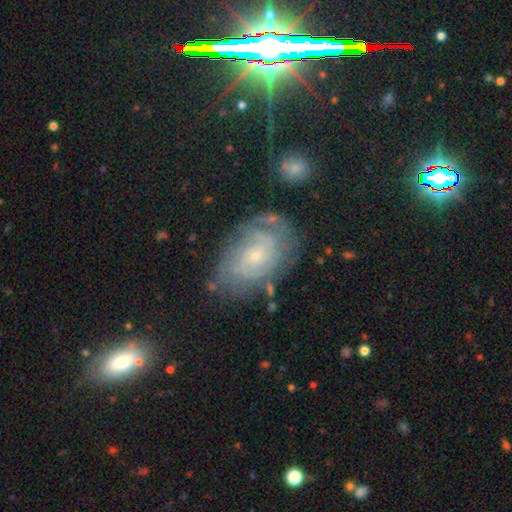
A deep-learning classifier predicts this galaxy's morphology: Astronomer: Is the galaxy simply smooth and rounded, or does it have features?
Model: featured or disk — 75%.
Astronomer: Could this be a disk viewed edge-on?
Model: no — 96%.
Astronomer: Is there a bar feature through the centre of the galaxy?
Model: no — 72%.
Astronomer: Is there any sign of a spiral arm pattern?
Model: yes — 90%.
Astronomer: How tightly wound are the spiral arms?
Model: tight — 68%.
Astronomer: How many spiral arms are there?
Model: can't tell — 48% (runner-up: 2, 24%).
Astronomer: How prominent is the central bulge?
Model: small — 75%.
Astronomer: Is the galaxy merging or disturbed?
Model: none — 69%.